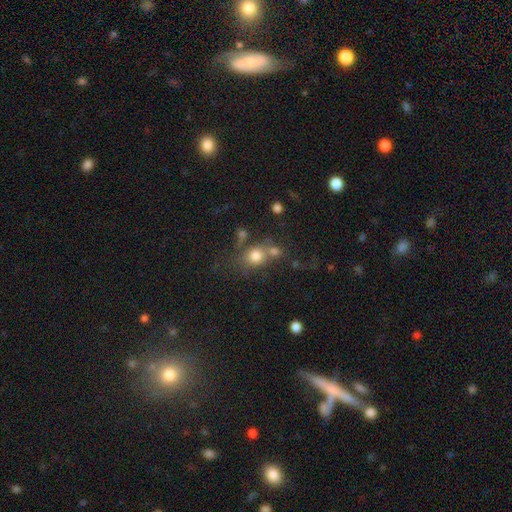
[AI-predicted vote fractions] smooth 75%, star or artifact 13%, featured or disk 11%. Down the decision tree: how rounded — round (64%); merging — none (50%).